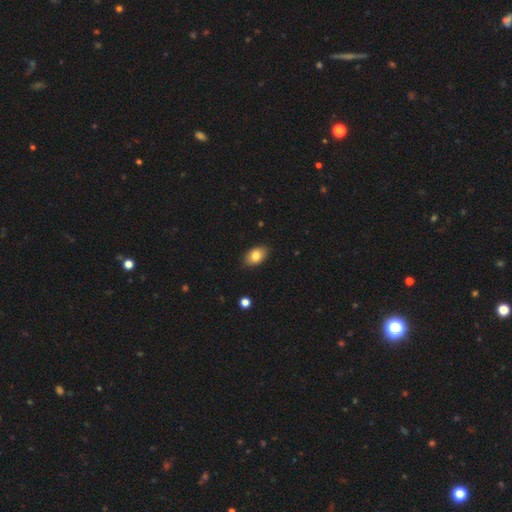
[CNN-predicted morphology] This appears to be a smooth galaxy with no disk features (82%) that is in between round and cigar-shaped (89%). Merging: none (86%).